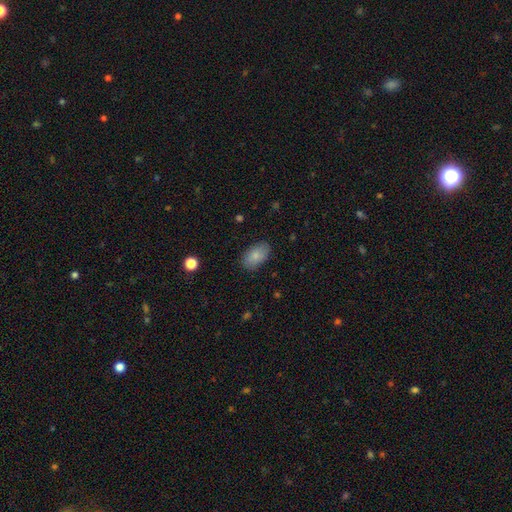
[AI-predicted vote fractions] Overall: smooth (84%). How rounded: in between (93%). Merging: none (86%).